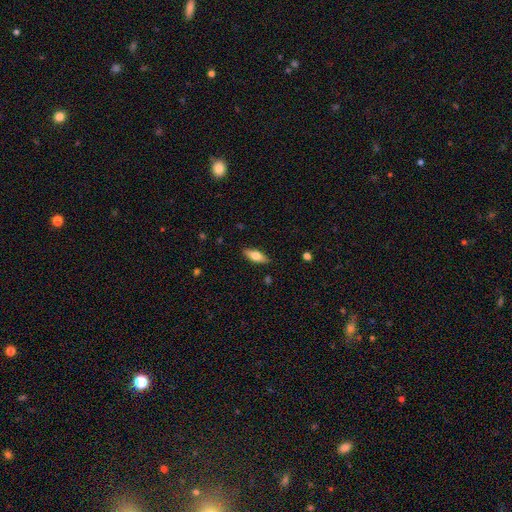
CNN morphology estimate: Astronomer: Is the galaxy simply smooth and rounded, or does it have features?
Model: smooth — 64%.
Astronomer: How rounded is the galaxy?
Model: in between — 67%.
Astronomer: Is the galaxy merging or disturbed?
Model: none — 87%.